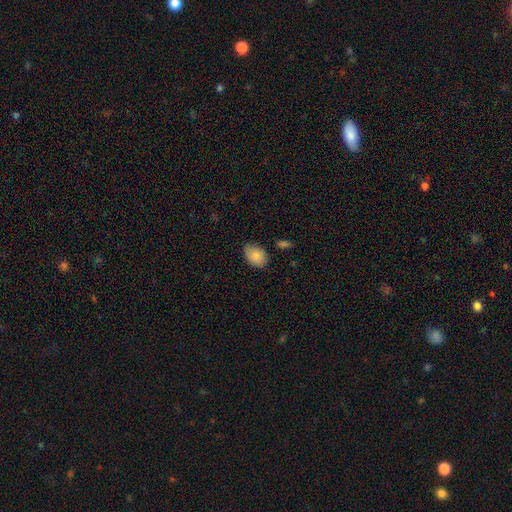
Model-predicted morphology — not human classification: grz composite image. It shows a smooth galaxy with no disk features (84%) that is in between round and cigar-shaped (81%). Merging: none (75%).